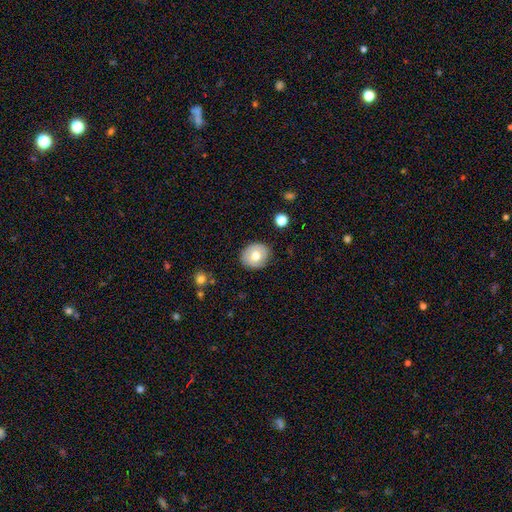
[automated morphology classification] Overall: smooth (69%). How rounded: round (76%). Merging: none (85%).